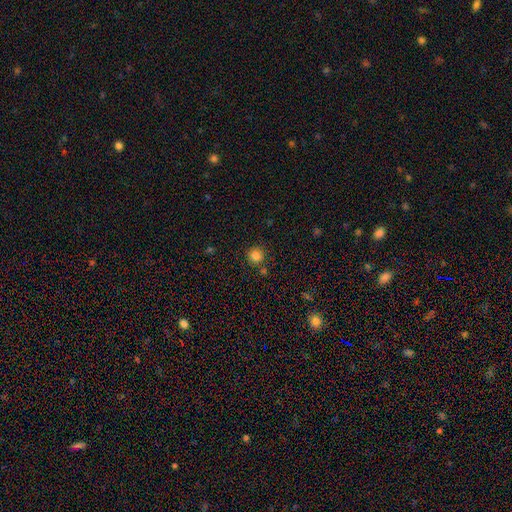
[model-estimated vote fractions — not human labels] smooth 84%, star or artifact 12%, featured or disk 4%. Down the decision tree: how rounded — round (94%); merging — none (84%).